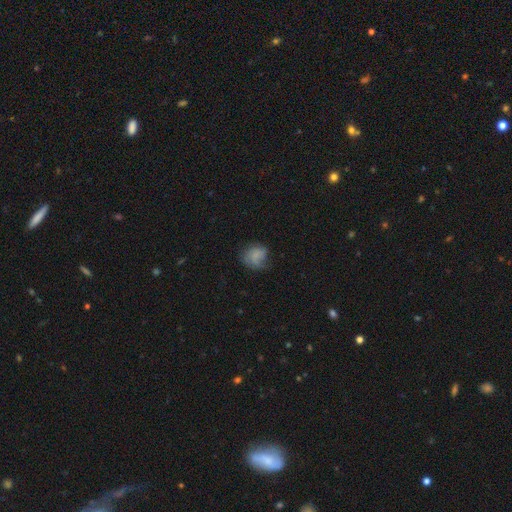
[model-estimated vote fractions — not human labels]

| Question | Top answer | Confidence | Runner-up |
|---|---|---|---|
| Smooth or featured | smooth | 58% | featured or disk (32%) |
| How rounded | round | 68% | in between (31%) |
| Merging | none | 52% | minor disturbance (28%) |